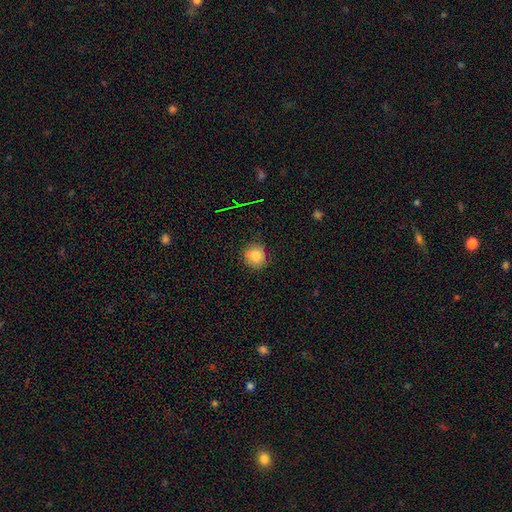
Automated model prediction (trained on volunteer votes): Q: Smooth or featured?
A: smooth (81%); runner-up: star or artifact (12%)
Q: How rounded?
A: round (90%); runner-up: in between (9%)
Q: Merging?
A: none (86%); runner-up: minor disturbance (10%)